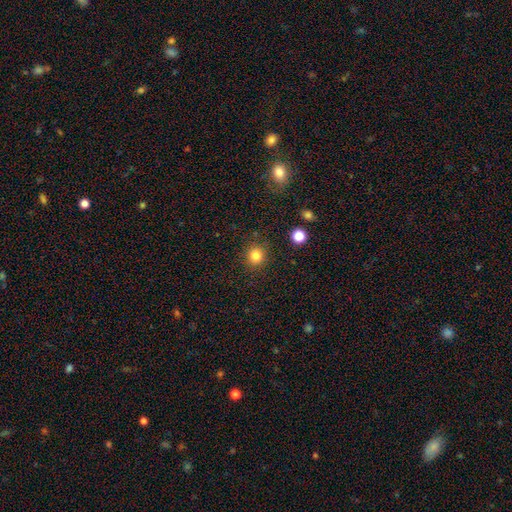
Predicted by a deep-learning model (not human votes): This appears to be a smooth galaxy with no disk features (83%) that is round (90%). Merging: none (89%).